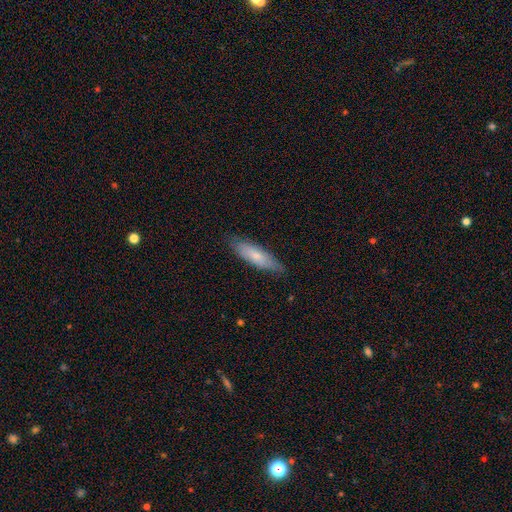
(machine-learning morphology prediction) smooth 68%, featured or disk 26%, star or artifact 6%. Down the decision tree: how rounded — cigar-shaped (53%); merging — none (78%).